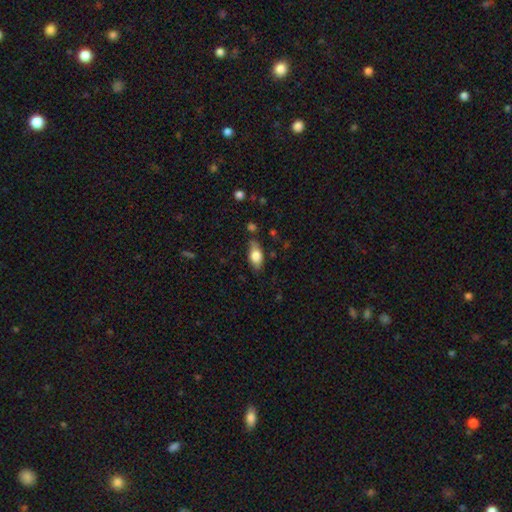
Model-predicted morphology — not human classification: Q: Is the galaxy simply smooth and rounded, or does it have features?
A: smooth — 76%.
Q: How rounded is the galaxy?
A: in between — 88%.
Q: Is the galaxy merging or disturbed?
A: none — 72%.